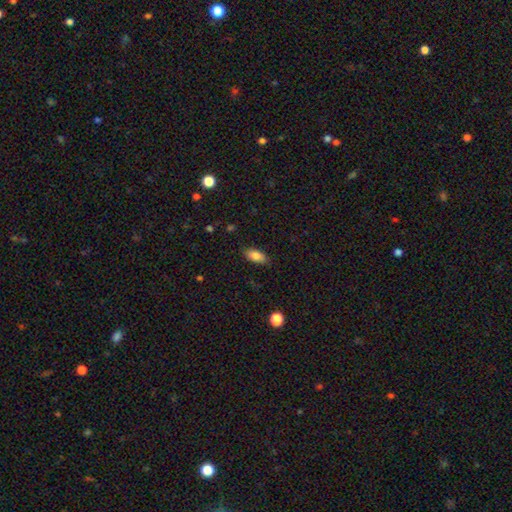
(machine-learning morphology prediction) This appears to be a smooth galaxy with no disk features (82%) that is in between round and cigar-shaped (88%). Merging: none (85%).